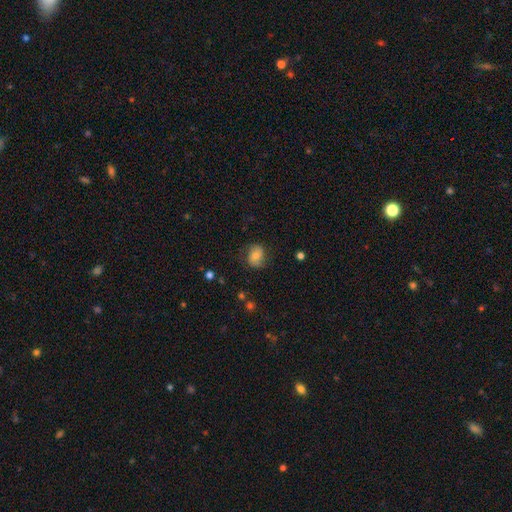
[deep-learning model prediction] This is possibly a smooth galaxy (58%). How rounded: possibly round (51%). Merging: likely none (69%).